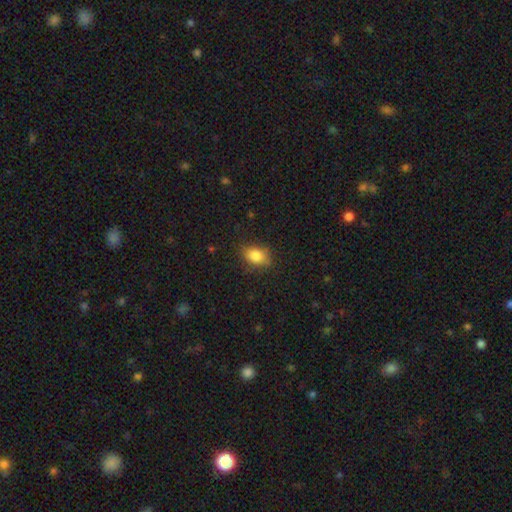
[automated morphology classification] Smooth or featured? Predicted: smooth (p=0.84). How rounded? Predicted: in between (p=0.75). Merging? Predicted: none (p=0.78).